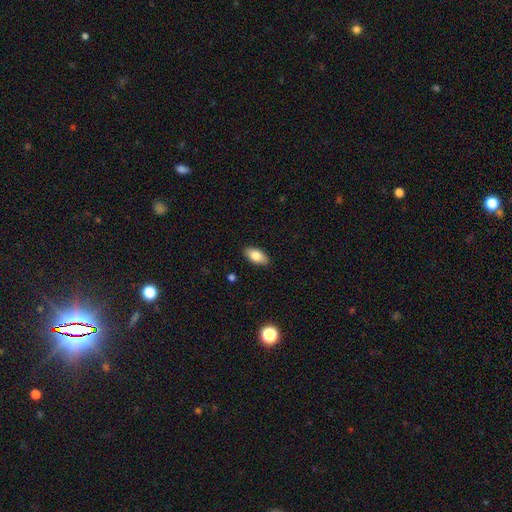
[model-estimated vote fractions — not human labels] smooth-or-featured: smooth: 81% | featured or disk: 12% | star or artifact: 7%
  how-rounded: in between: 92% | cigar-shaped: 6% | round: 3%
  merging: none: 88% | minor disturbance: 9% | major disturbance: 2% | merger: 1%